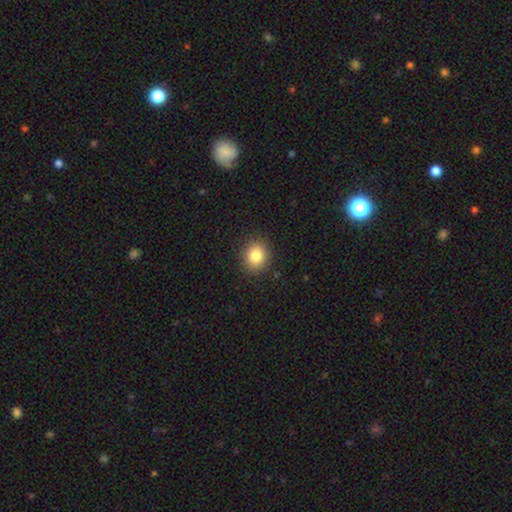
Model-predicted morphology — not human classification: This is clearly a smooth galaxy (83%). How rounded: likely round (77%). Merging: clearly none (89%).